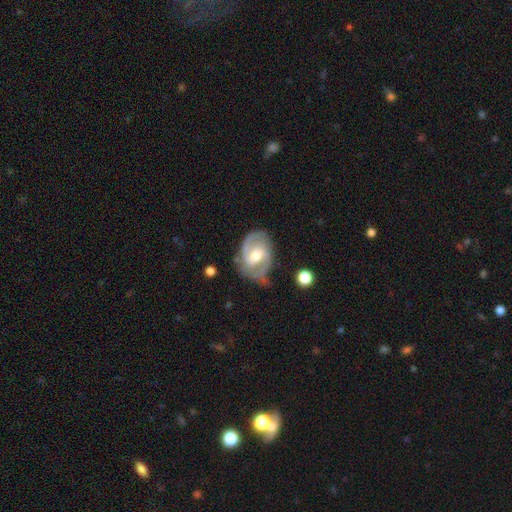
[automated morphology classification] This appears to be a featured or disk galaxy (84%) with a weak bar (53%), 2 (85%) medium (53%) spiral arms (94%) and a moderate central bulge (68%). Merging: none (59%).